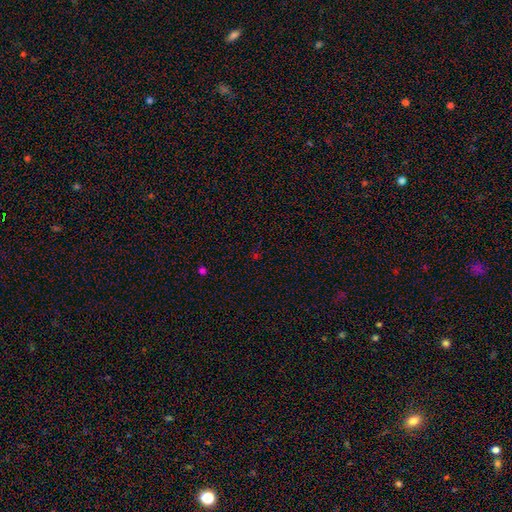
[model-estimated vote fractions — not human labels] This appears to be a star or artifact, not a galaxy (60%).